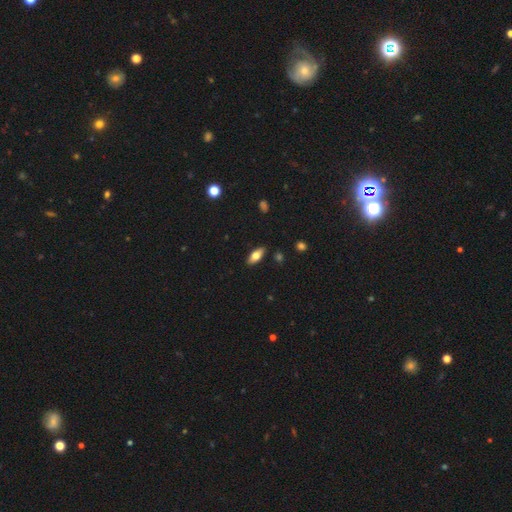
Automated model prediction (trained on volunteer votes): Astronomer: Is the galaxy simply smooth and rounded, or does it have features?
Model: smooth — 69%.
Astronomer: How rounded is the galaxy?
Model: in between — 82%.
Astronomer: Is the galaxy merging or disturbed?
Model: none — 87%.